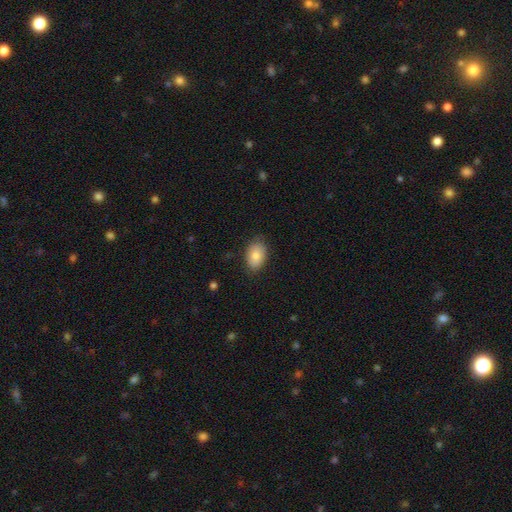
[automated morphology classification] Smooth or featured? smooth (83%)
How rounded? in between (88%)
Merging? none (81%)